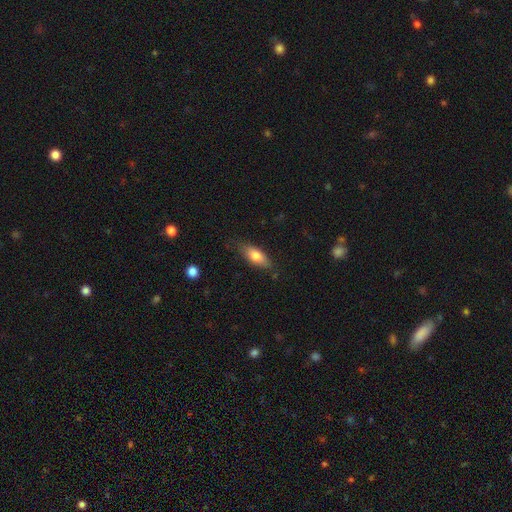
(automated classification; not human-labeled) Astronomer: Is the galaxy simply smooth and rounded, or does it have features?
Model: smooth — 74%.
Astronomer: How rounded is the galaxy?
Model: in between — 72%.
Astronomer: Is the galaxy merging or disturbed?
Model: none — 73%.